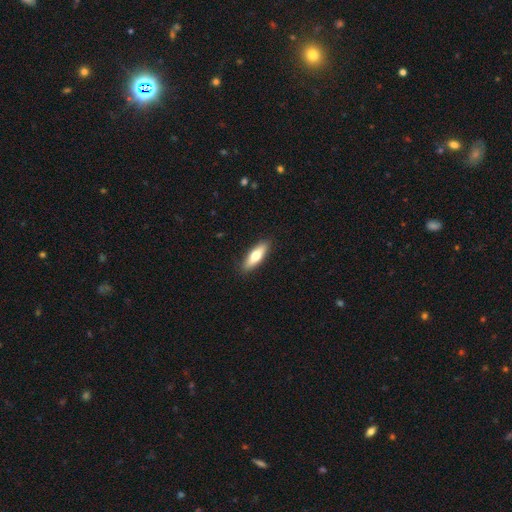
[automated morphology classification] Overall: smooth (64%; featured or disk 30%). How rounded: cigar-shaped (51%; in between 47%). Merging: none (90%).